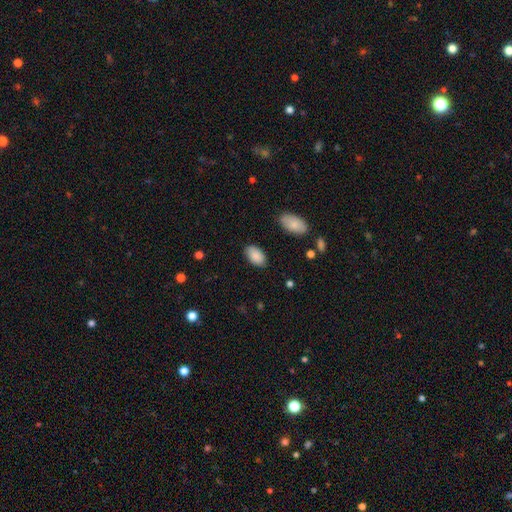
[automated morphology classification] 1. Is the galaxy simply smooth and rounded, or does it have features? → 88% smooth, 6% star or artifact, 5% featured or disk.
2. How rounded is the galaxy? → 94% in between, 5% round, 1% cigar-shaped.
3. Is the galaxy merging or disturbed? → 85% none, 11% minor disturbance, 3% major disturbance, 1% merger.